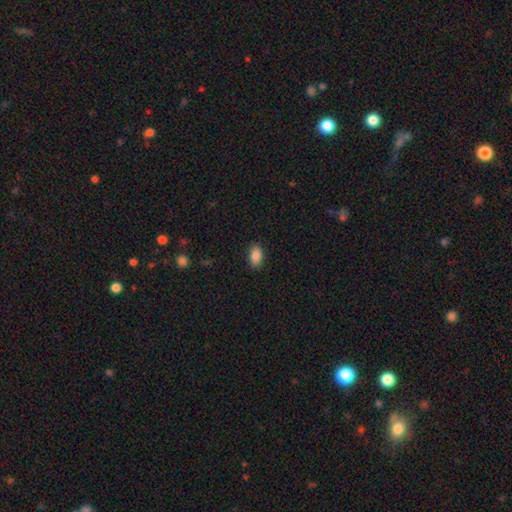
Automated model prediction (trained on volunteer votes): The model was most divided on "smooth or featured": smooth: 87%, star or artifact: 8%, featured or disk: 4%. More confident: how rounded — in between (90%); merging — none (88%).